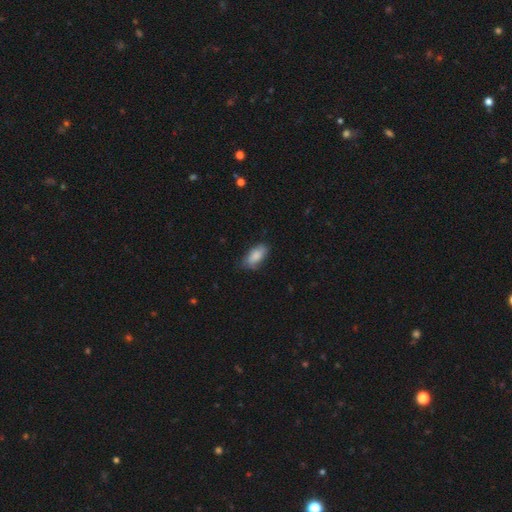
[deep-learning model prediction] Smooth or featured: smooth — 81% (featured or disk — 12%)
How rounded: in between — 88% (cigar-shaped — 9%)
Merging: none — 70% (minor disturbance — 24%)